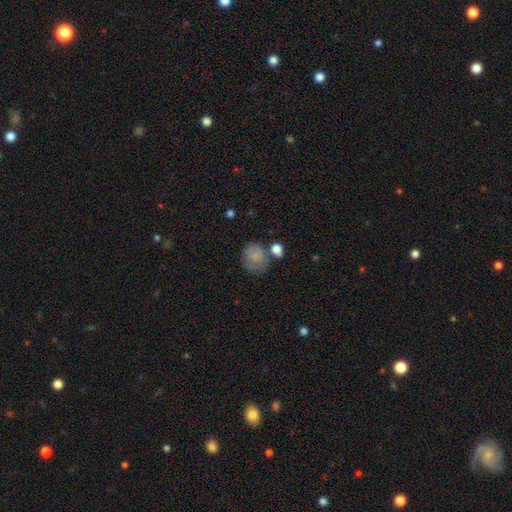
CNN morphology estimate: Overall: smooth (79%). How rounded: round (65%; in between 34%). Merging: none (51%; minor disturbance 25%).